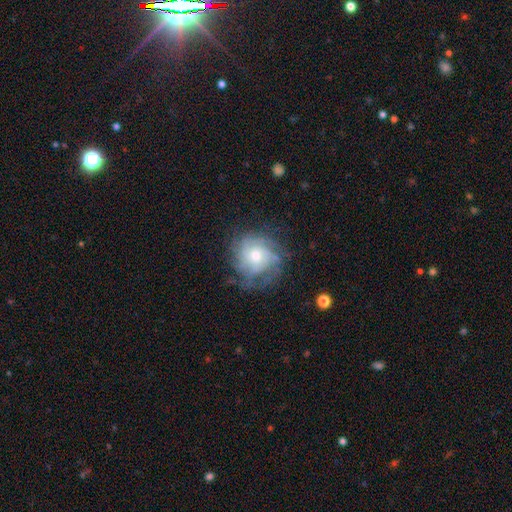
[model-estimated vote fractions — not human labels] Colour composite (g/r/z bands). It shows a featured or disk galaxy (68%) with no bar (81%), tight (61%) spiral arms (86%) and a moderate central bulge (56%). Merging: none (67%).